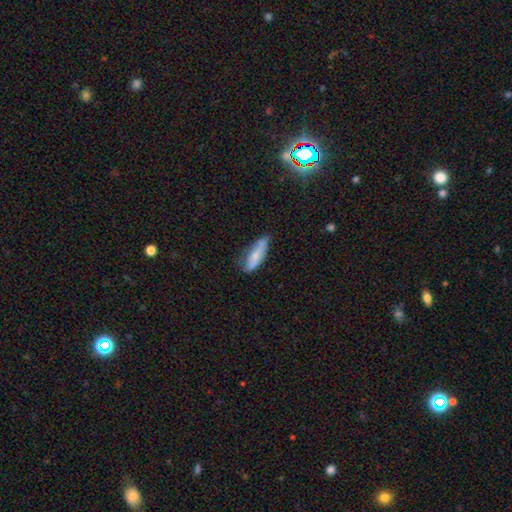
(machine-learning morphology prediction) smooth_or_featured: smooth (p=0.66) [alt: featured or disk p=0.27]
how_rounded: in between (p=0.56) [alt: cigar-shaped p=0.42]
merging: none (p=0.51) [alt: minor disturbance p=0.35]